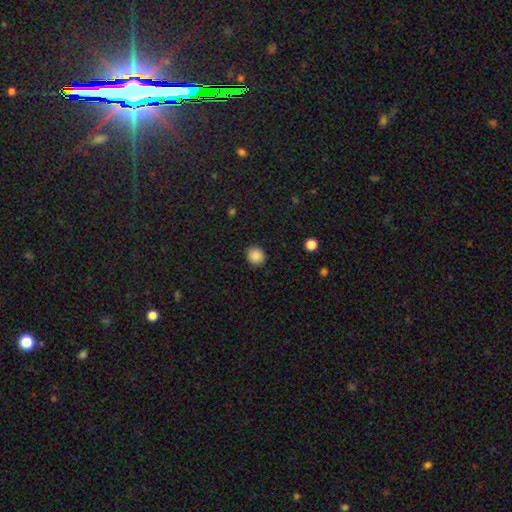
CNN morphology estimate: Q: Smooth or featured?
A: smooth (88%); runner-up: star or artifact (9%)
Q: How rounded?
A: round (82%); runner-up: in between (18%)
Q: Merging?
A: none (90%); runner-up: minor disturbance (7%)